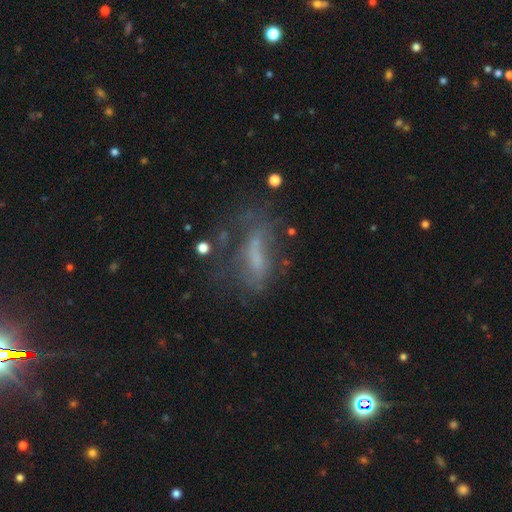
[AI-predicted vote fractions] Smooth or featured? Predicted: featured or disk (p=0.46). Merging? Predicted: none (p=0.41).